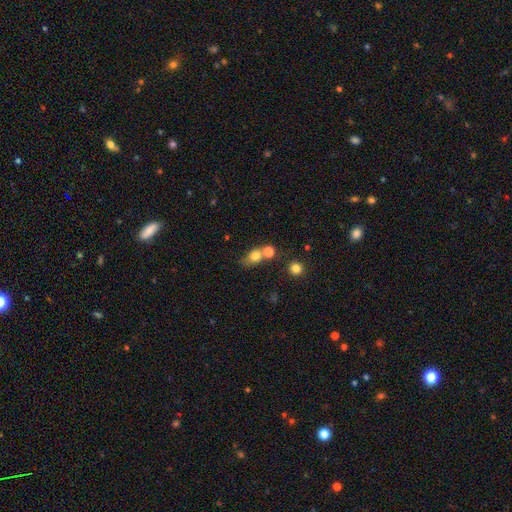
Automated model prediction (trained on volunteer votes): Overall: smooth (76%). How rounded: in between (51%; round 46%). Merging: none (42%; merger 39%).